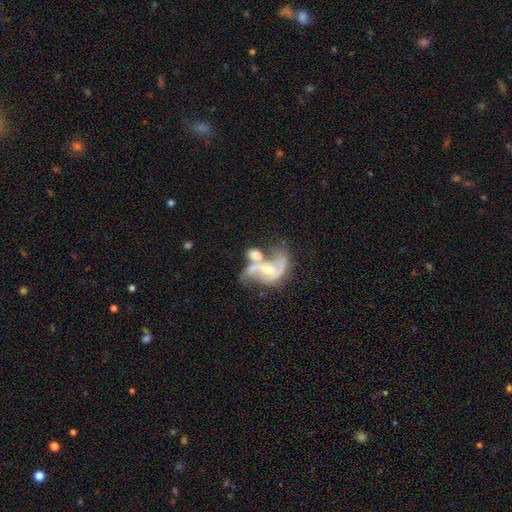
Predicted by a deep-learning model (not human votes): Morphology: type=featured or disk (70%); edge-on=no (96%); bar=no (50%); spiral arms=yes (78%); winding=loose (65%); arm count=2 (80%); bulge=moderate (57%); merging=merger (54%).